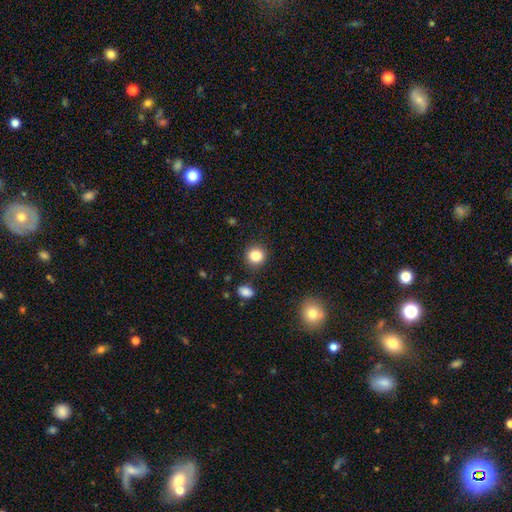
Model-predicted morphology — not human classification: smooth_or_featured: smooth (p=0.84) [alt: star or artifact p=0.11]
how_rounded: round (p=0.90) [alt: in between p=0.09]
merging: none (p=0.88) [alt: minor disturbance p=0.07]